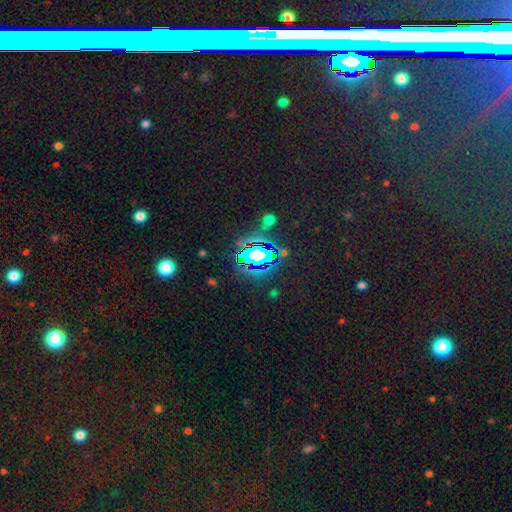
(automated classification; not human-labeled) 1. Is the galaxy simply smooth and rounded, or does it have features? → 70% star or artifact, 17% smooth, 13% featured or disk.